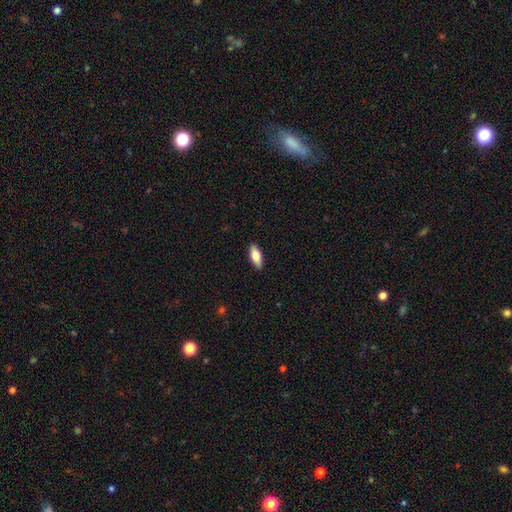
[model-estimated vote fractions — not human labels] A smooth galaxy with no disk features (74%) that is in between round and cigar-shaped (73%). Merging: none (89%).